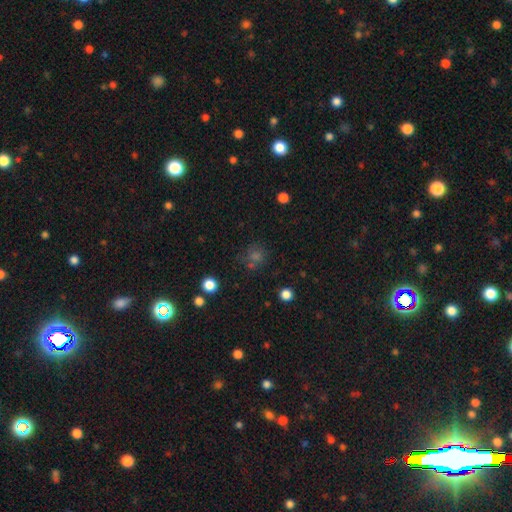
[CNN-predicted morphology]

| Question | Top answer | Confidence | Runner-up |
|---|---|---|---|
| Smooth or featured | smooth | 57% | star or artifact (34%) |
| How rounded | round | 88% | in between (11%) |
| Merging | none | 73% | minor disturbance (12%) |